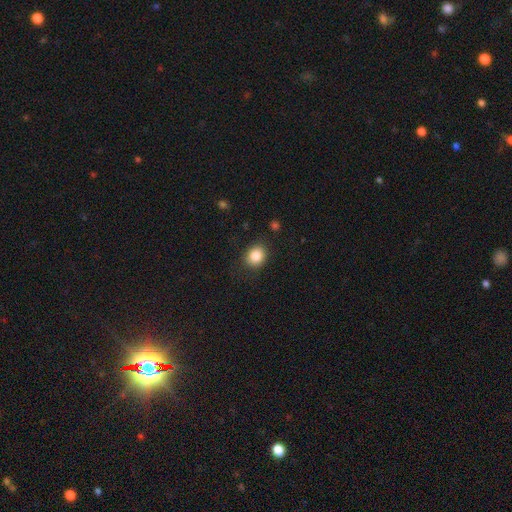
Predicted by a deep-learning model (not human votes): Smooth or featured: smooth — 85% (star or artifact — 9%)
How rounded: round — 62% (in between — 37%)
Merging: none — 84% (minor disturbance — 11%)